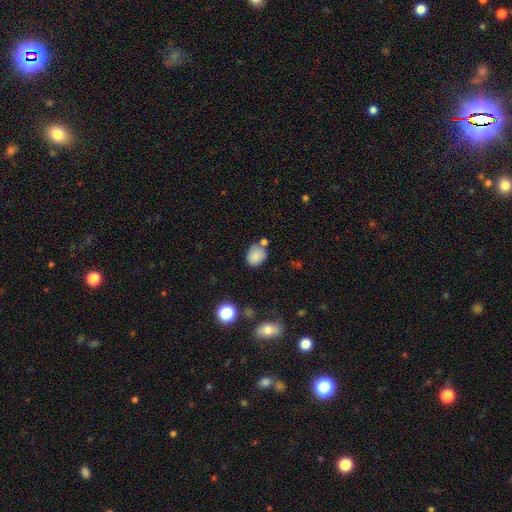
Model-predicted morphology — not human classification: Smooth or featured? Predicted: smooth (p=0.82). How rounded? Predicted: in between (p=0.52). Merging? Predicted: none (p=0.63).